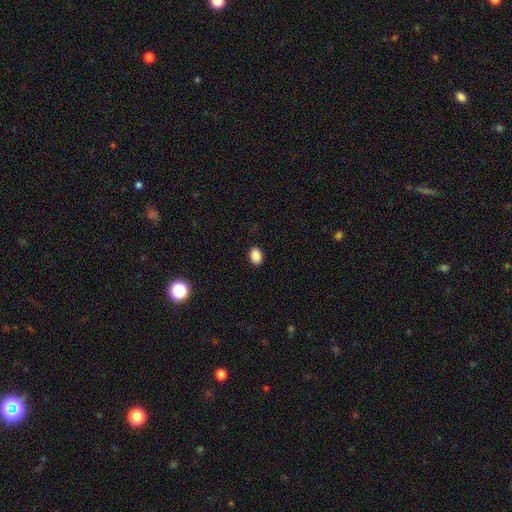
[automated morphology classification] smooth_or_featured: smooth (p=0.88) [alt: star or artifact p=0.09]
how_rounded: in between (p=0.66) [alt: round p=0.33]
merging: none (p=0.90) [alt: minor disturbance p=0.07]